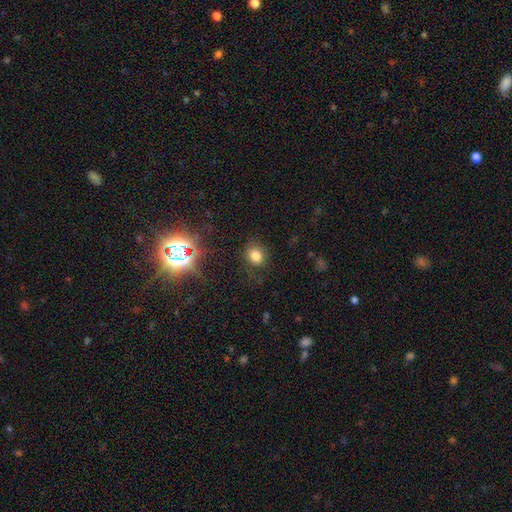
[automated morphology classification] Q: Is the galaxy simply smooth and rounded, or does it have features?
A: smooth — 75%.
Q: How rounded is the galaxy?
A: round — 59%.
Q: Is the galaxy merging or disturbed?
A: none — 77%.